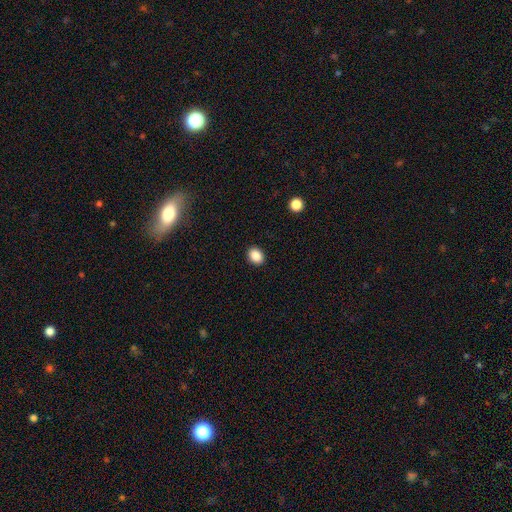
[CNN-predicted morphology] Smooth or featured: smooth — 88% (star or artifact — 9%)
How rounded: in between — 54% (round — 45%)
Merging: none — 91% (minor disturbance — 6%)